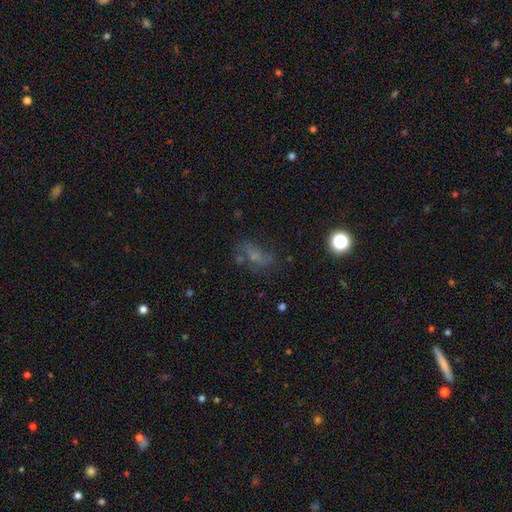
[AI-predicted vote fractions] A smooth galaxy with no disk features (44%).

Vote fractions:
- Smooth or featured? smooth: 44% / featured or disk: 31% / star or artifact: 25%
- Merging? none: 50% / minor disturbance: 22% / major disturbance: 20% / merger: 8%